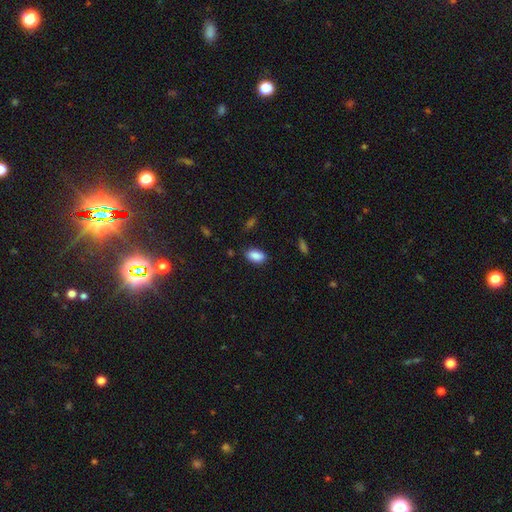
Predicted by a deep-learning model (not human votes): smooth 88%, star or artifact 8%, featured or disk 4%. Down the decision tree: how rounded — in between (92%); merging — none (82%).